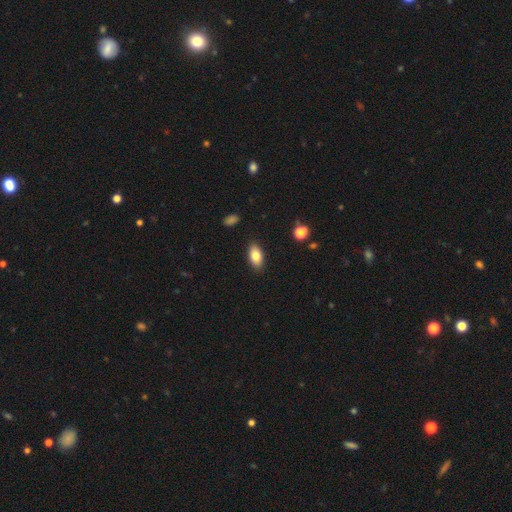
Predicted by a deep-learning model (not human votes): smooth 82%, featured or disk 11%, star or artifact 8%. Down the decision tree: how rounded — in between (91%); merging — none (88%).